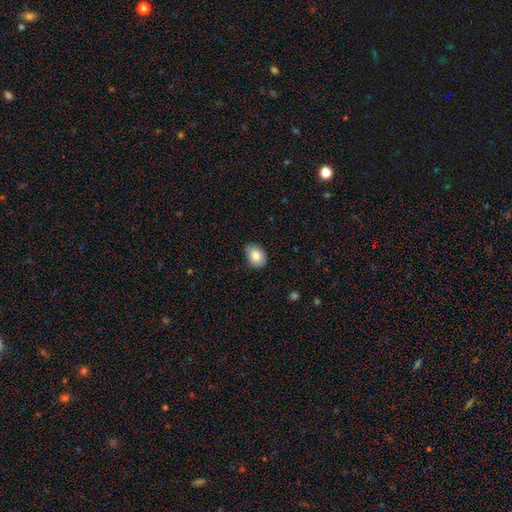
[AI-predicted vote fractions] smooth 81%, featured or disk 11%, star or artifact 7%. Down the decision tree: how rounded — in between (73%); merging — none (85%).